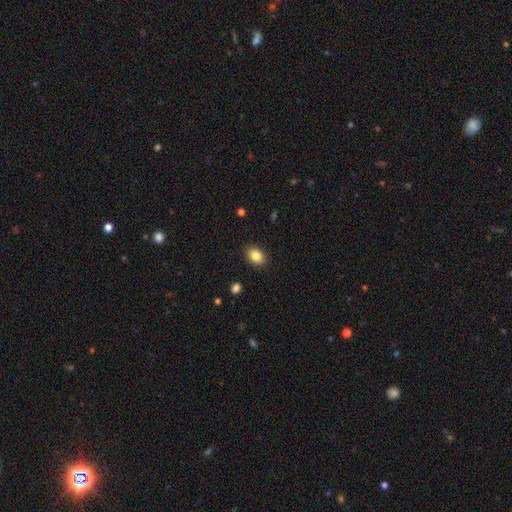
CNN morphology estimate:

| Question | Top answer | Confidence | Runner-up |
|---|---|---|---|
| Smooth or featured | smooth | 85% | star or artifact (9%) |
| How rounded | in between | 70% | round (29%) |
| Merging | none | 89% | minor disturbance (8%) |